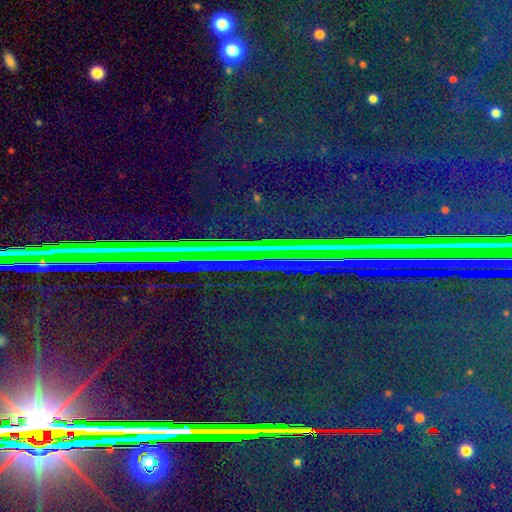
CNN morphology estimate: This is clearly a star or artifact rather than a galaxy (87%).